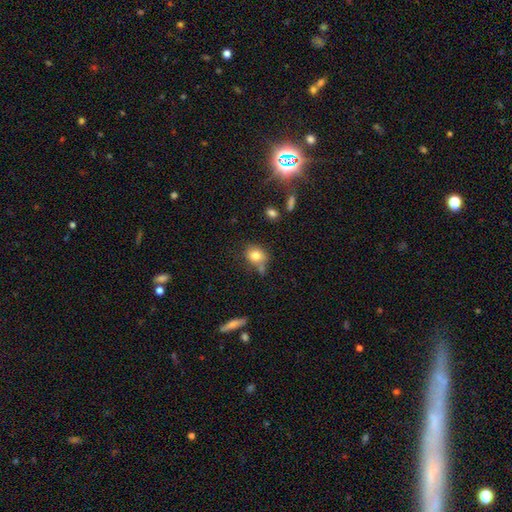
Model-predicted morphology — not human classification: Overall: smooth (79%). How rounded: round (54%; in between 45%). Merging: none (55%; minor disturbance 22%).